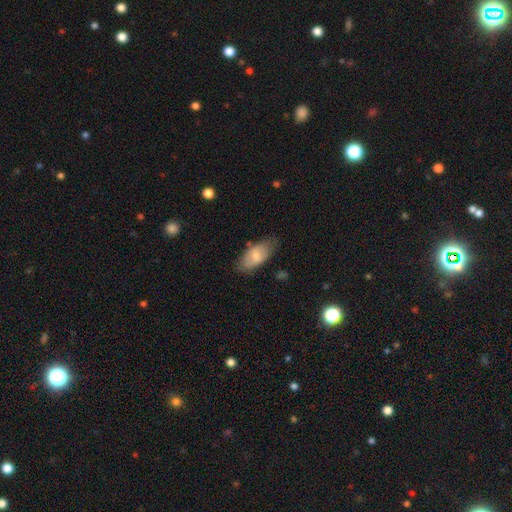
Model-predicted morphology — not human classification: Smooth or featured?
  - smooth: 69% *
  - featured or disk: 24%
  - star or artifact: 6%
How rounded?
  - in between: 89% *
  - cigar-shaped: 8%
  - round: 3%
Merging?
  - none: 69% *
  - minor disturbance: 23%
  - major disturbance: 6%
  - merger: 2%